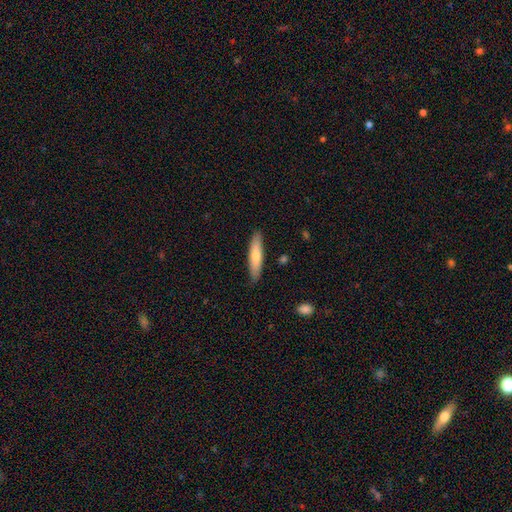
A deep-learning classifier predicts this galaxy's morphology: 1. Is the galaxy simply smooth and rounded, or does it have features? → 62% smooth, 32% featured or disk, 6% star or artifact.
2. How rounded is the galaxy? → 85% cigar-shaped, 13% in between, 1% round.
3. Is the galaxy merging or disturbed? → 88% none, 9% minor disturbance, 2% major disturbance, 1% merger.